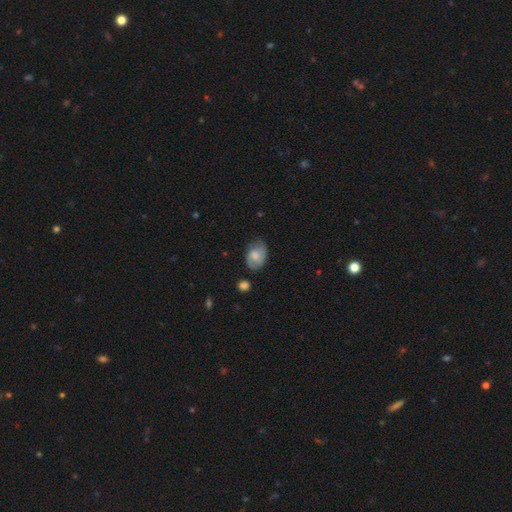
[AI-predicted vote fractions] Smooth or featured? smooth (62%)
How rounded? in between (79%)
Merging? none (64%)